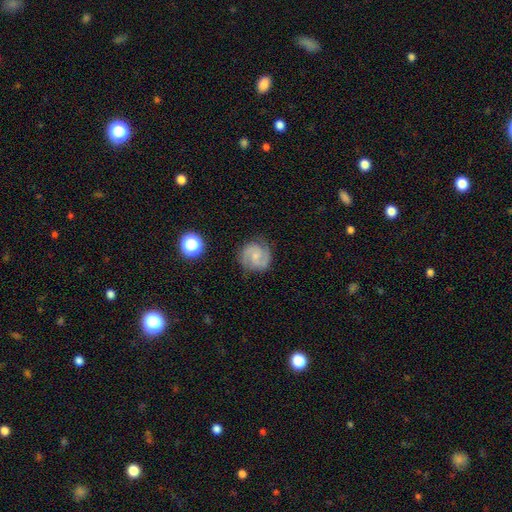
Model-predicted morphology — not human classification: smooth_or_featured: featured or disk (p=0.80) [alt: smooth p=0.13]
disk_edge_on: no (p=0.98) [alt: yes p=0.02]
bar: no (p=0.52) [alt: weak p=0.41]
has_spiral_arms: yes (p=0.97) [alt: no p=0.03]
spiral_winding: medium (p=0.49) [alt: tight p=0.42]
spiral_arm_count: 2 (p=0.89) [alt: can't tell p=0.04]
bulge_size: small (p=0.60) [alt: moderate p=0.24]
merging: none (p=0.81) [alt: minor disturbance p=0.14]